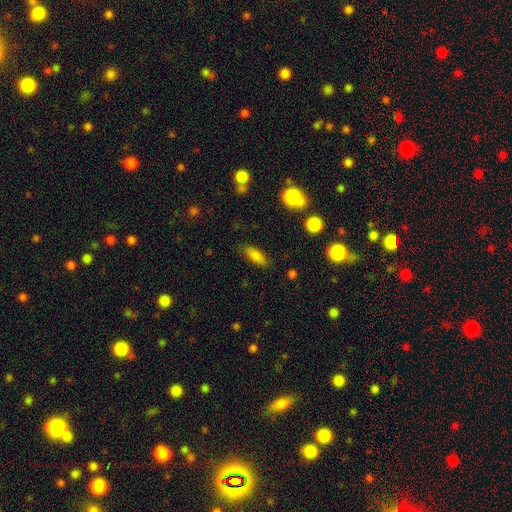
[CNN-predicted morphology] This appears to be a smooth galaxy with no disk features (82%) that is in between round and cigar-shaped (70%). Merging: none (83%).